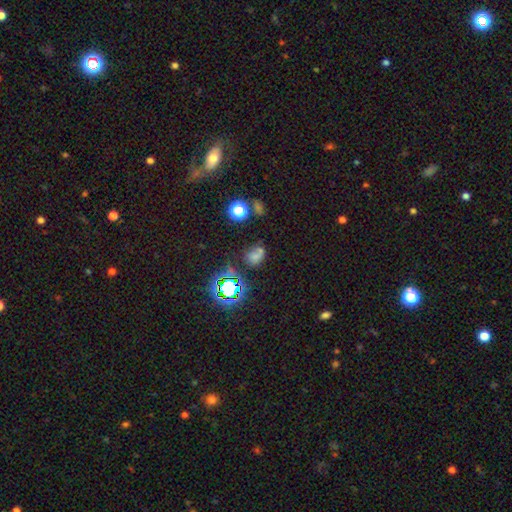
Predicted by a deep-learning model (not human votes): Overall: smooth (54%; star or artifact 32%). How rounded: round (51%; in between 47%). Merging: none (49%; merger 21%).